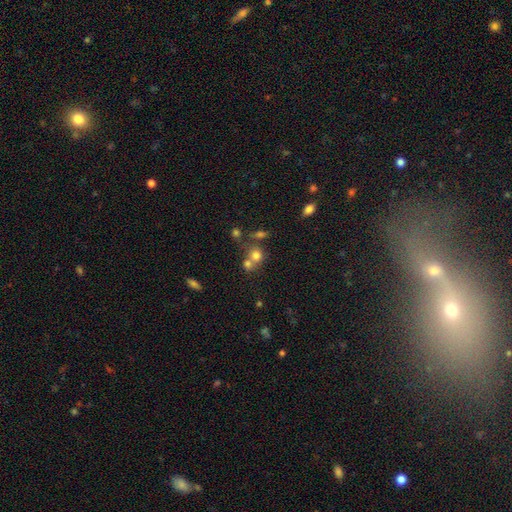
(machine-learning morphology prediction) Overall: smooth (72%). How rounded: round (78%). Merging: merger (46%; none 42%).